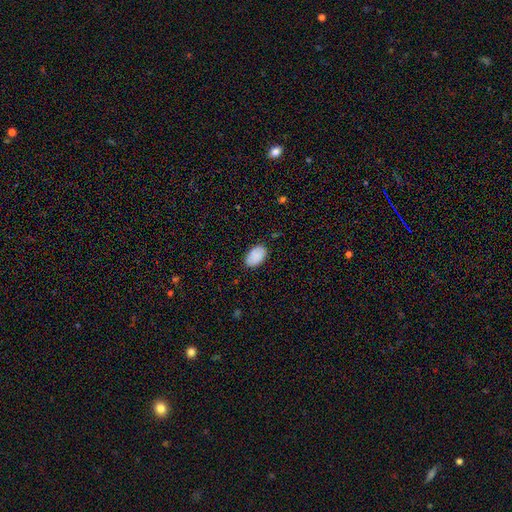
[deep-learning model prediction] smooth-or-featured: smooth: 88% | star or artifact: 7% | featured or disk: 5%
  how-rounded: in between: 94% | round: 5% | cigar-shaped: 1%
  merging: none: 84% | minor disturbance: 12% | major disturbance: 2% | merger: 1%